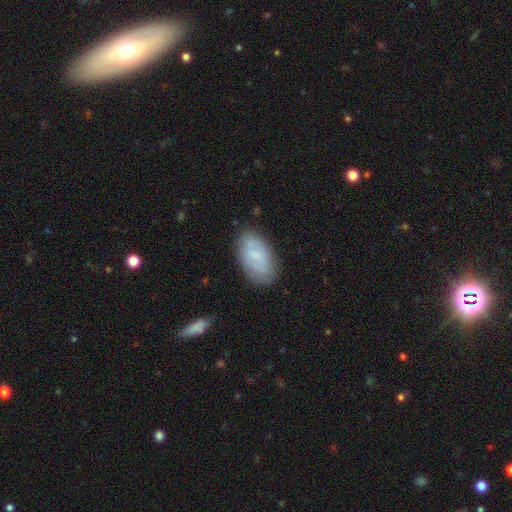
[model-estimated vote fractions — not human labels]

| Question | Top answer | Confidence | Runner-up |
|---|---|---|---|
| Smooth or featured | smooth | 61% | featured or disk (32%) |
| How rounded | in between | 93% | round (4%) |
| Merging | none | 79% | minor disturbance (16%) |